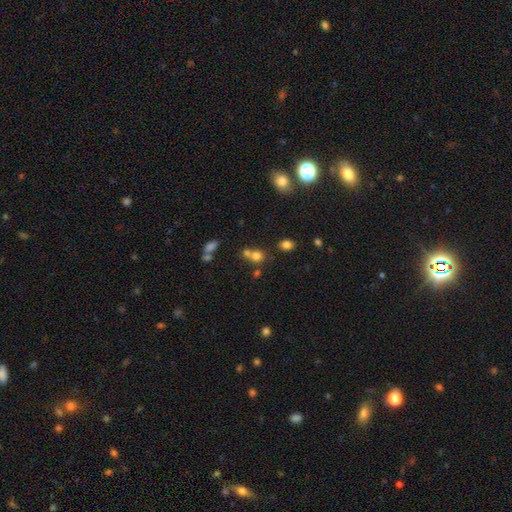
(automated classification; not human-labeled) This appears to be a smooth galaxy with no disk features (73%) that is round (74%). Merging: merger (46%).